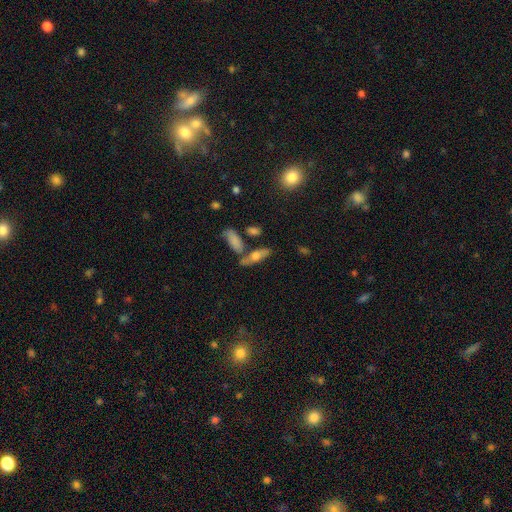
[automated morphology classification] The model was most divided on "how rounded": in between: 52%, cigar-shaped: 45%, round: 4%. More confident: smooth or featured — smooth (56%); merging — none (55%).